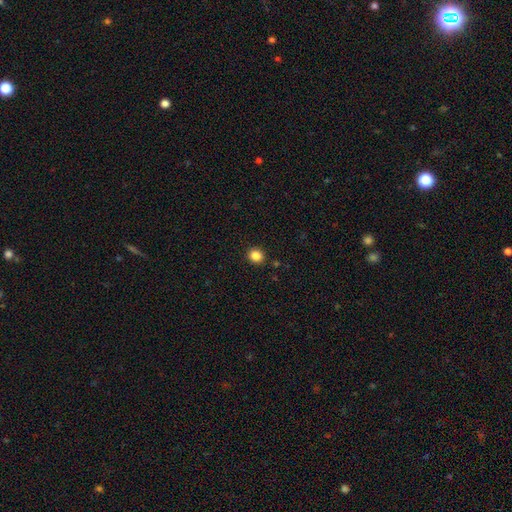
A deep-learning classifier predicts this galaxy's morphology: This appears to be a smooth galaxy with no disk features (85%) that is round (84%). Merging: none (92%).